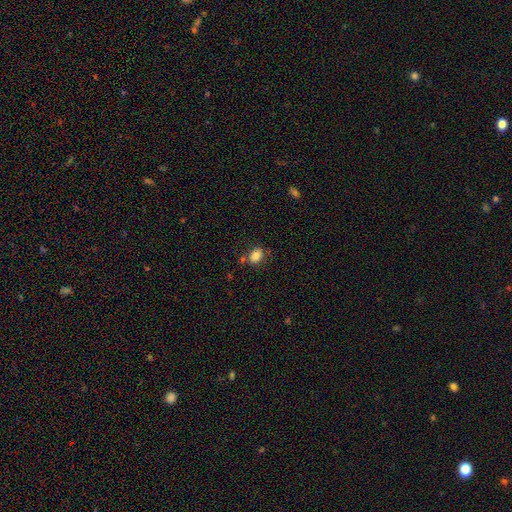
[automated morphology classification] Smooth or featured: smooth — 84% (star or artifact — 10%)
How rounded: in between — 71% (round — 28%)
Merging: none — 71% (minor disturbance — 16%)